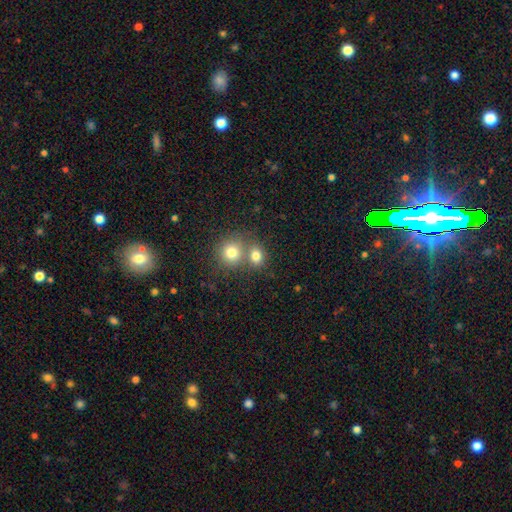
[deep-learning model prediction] smooth-or-featured: smooth: 78% | star or artifact: 12% | featured or disk: 9%
  how-rounded: round: 63% | in between: 36% | cigar-shaped: 1%
  merging: none: 45% | merger: 44% | minor disturbance: 8% | major disturbance: 3%